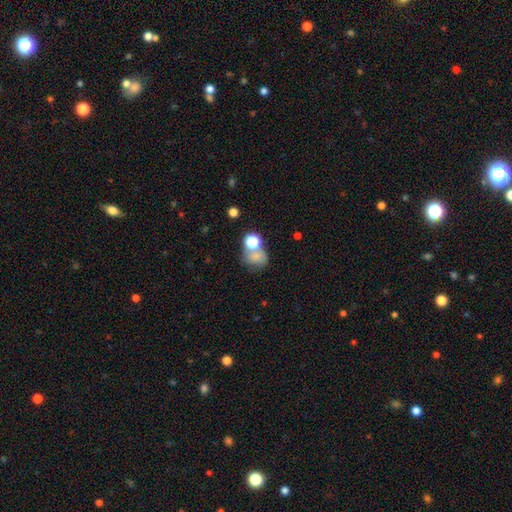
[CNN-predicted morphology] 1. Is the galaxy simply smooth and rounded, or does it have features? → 64% smooth, 18% star or artifact, 18% featured or disk.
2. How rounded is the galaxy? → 59% round, 40% in between, 1% cigar-shaped.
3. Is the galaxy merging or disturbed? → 35% none (tied), 35% merger (tied), 16% minor disturbance, 15% major disturbance.